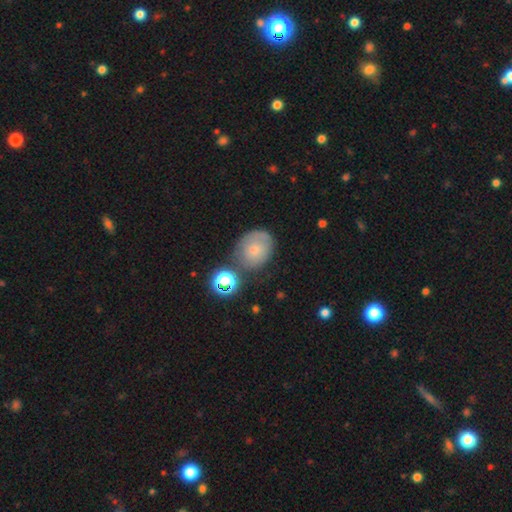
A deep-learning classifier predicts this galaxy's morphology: smooth_or_featured: smooth (p=0.57) [alt: featured or disk p=0.28]
how_rounded: round (p=0.58) [alt: in between p=0.40]
merging: none (p=0.60) [alt: minor disturbance p=0.23]